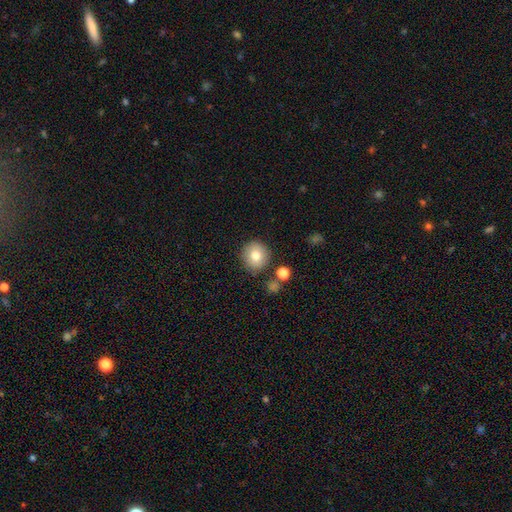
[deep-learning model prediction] The model was most divided on "smooth or featured": smooth: 79%, featured or disk: 11%, star or artifact: 9%. More confident: how rounded — round (91%); merging — none (84%).